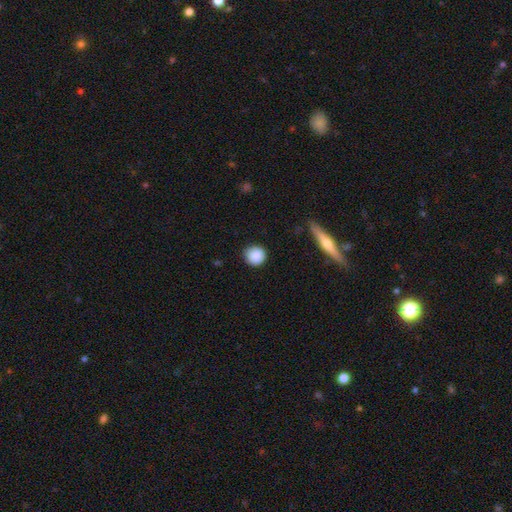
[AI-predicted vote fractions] smooth_or_featured: smooth (p=0.87) [alt: star or artifact p=0.07]
how_rounded: round (p=0.92) [alt: in between p=0.07]
merging: none (p=0.86) [alt: minor disturbance p=0.10]